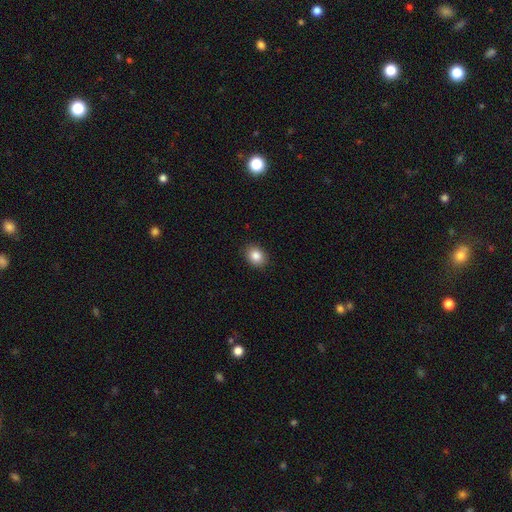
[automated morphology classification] smooth-or-featured: smooth: 86% | star or artifact: 9% | featured or disk: 5%
  how-rounded: in between: 54% | round: 46% | cigar-shaped: 1%
  merging: none: 89% | minor disturbance: 8% | major disturbance: 2% | merger: 1%